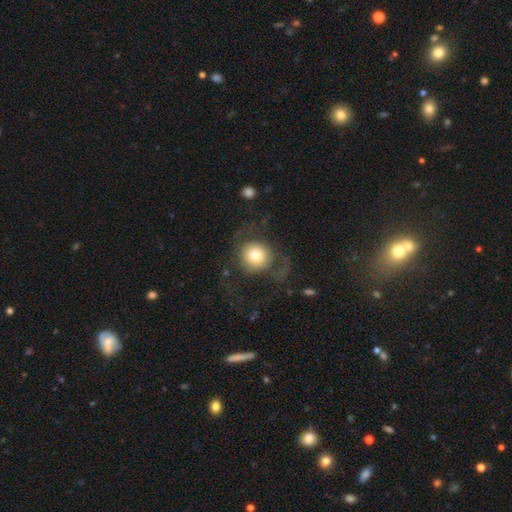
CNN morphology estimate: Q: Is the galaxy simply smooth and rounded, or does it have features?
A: smooth — 64%.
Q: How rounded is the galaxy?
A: round — 89%.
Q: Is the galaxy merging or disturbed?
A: none — 52%.